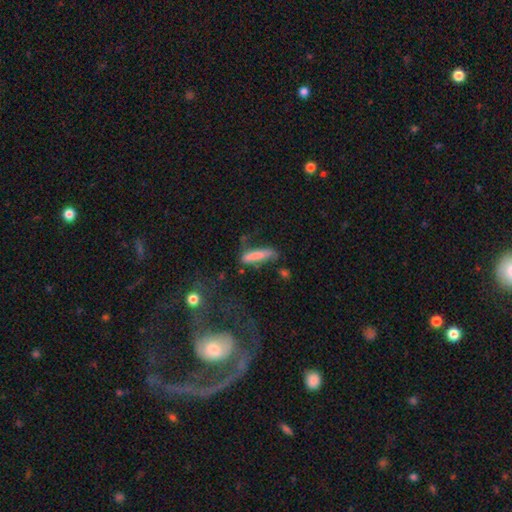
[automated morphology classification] Overall: smooth (72%). How rounded: cigar-shaped (81%). Merging: none (49%; minor disturbance 27%).